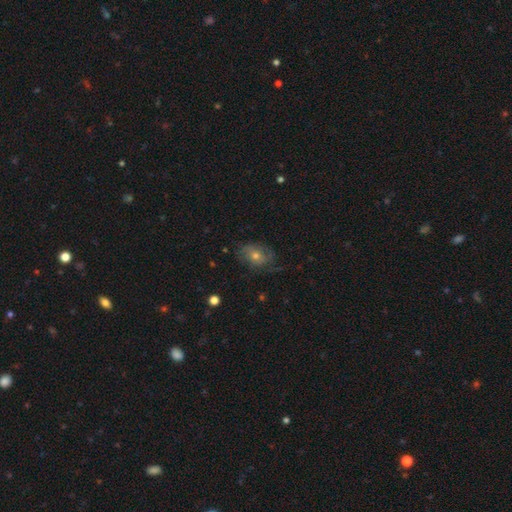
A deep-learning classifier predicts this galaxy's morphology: Q: Smooth or featured?
A: featured or disk (51%); runner-up: smooth (34%)
Q: Edge-on disk?
A: no (94%); runner-up: yes (6%)
Q: Merging?
A: none (68%); runner-up: minor disturbance (20%)